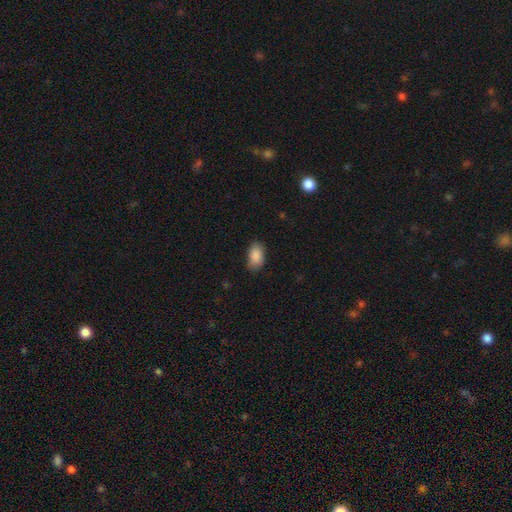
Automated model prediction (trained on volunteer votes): smooth-or-featured: smooth: 88% | star or artifact: 7% | featured or disk: 5%
  how-rounded: in between: 92% | round: 7% | cigar-shaped: 2%
  merging: none: 75% | minor disturbance: 20% | major disturbance: 4% | merger: 1%